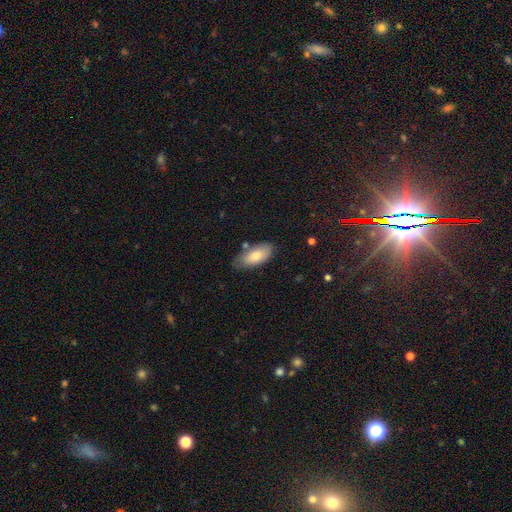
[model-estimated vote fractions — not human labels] Smooth or featured? Predicted: smooth (p=0.76). How rounded? Predicted: in between (p=0.90). Merging? Predicted: none (p=0.70).